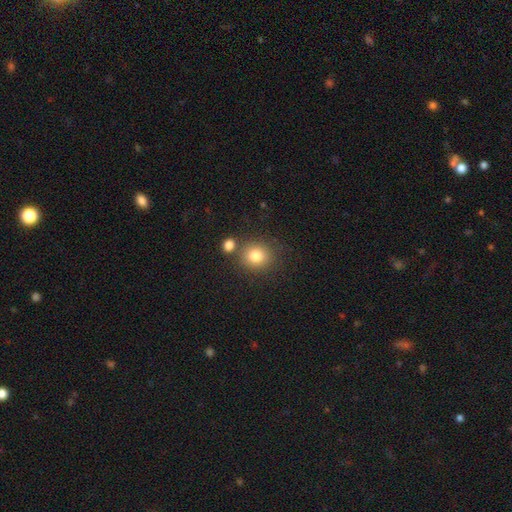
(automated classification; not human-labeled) Morphology: type=smooth (82%); roundness=round (83%); merging=none (73%).